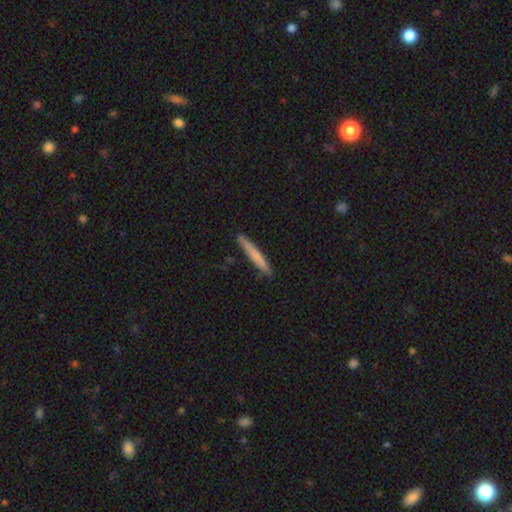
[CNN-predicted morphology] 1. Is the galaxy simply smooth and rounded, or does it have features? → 70% smooth, 24% featured or disk, 6% star or artifact.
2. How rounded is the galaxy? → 96% cigar-shaped, 3% in between, 1% round.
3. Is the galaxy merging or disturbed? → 89% none, 8% minor disturbance, 1% major disturbance, 1% merger.